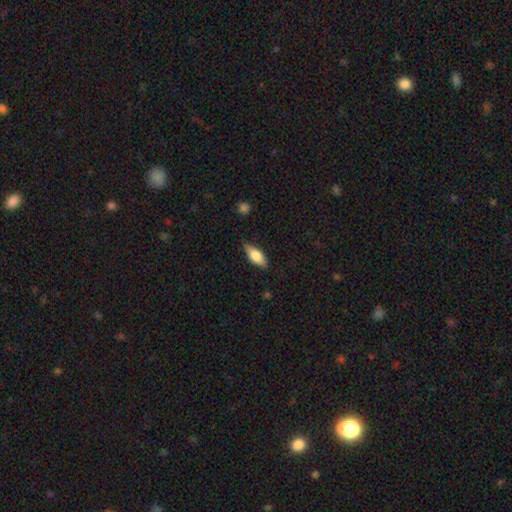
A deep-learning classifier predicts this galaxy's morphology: Overall: smooth (72%). How rounded: in between (79%). Merging: none (81%).